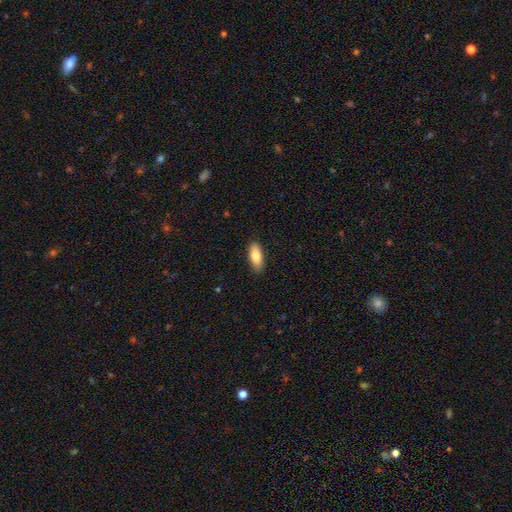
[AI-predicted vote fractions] Smooth or featured? Predicted: smooth (p=0.84). How rounded? Predicted: in between (p=0.78). Merging? Predicted: none (p=0.88).